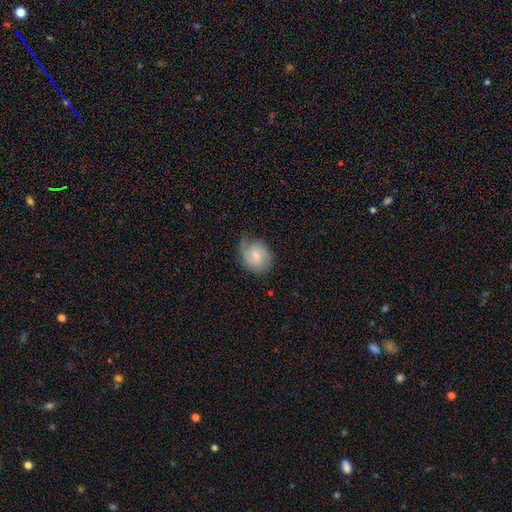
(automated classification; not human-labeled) A featured or disk galaxy (51%). Merging: none (60%).